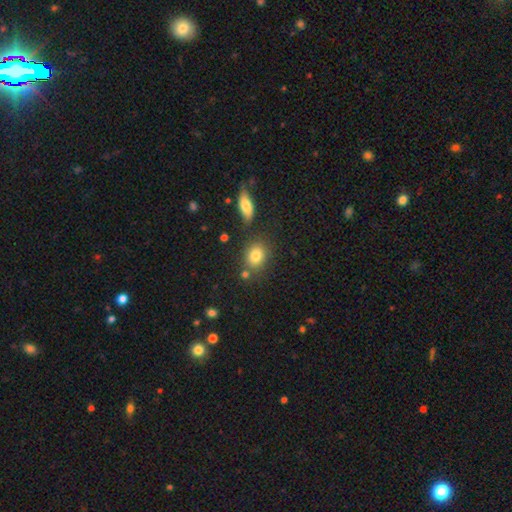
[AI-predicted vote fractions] Q: Smooth or featured?
A: smooth (82%); runner-up: star or artifact (10%)
Q: How rounded?
A: in between (54%); runner-up: round (44%)
Q: Merging?
A: none (74%); runner-up: minor disturbance (12%)